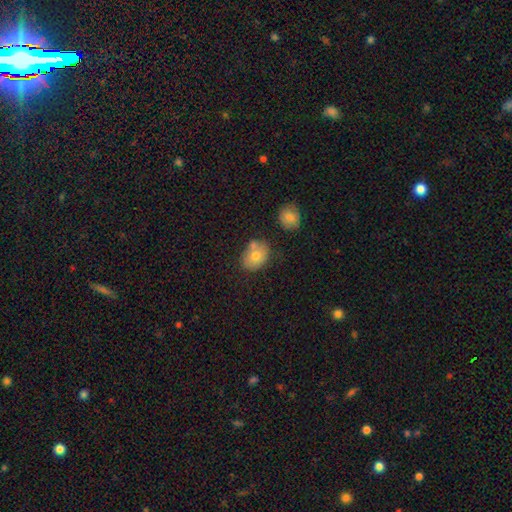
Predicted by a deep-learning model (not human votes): A smooth galaxy with no disk features (74%) that is in between round and cigar-shaped (60%). Merging: none (58%).